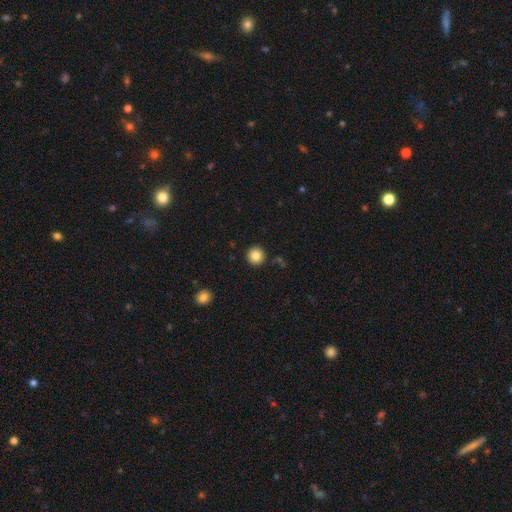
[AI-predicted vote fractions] Smooth or featured?
  - smooth: 84% *
  - star or artifact: 10%
  - featured or disk: 6%
How rounded?
  - round: 95% *
  - in between: 4%
  - cigar-shaped: 1%
Merging?
  - none: 92% *
  - minor disturbance: 5%
  - merger: 2%
  - major disturbance: 2%